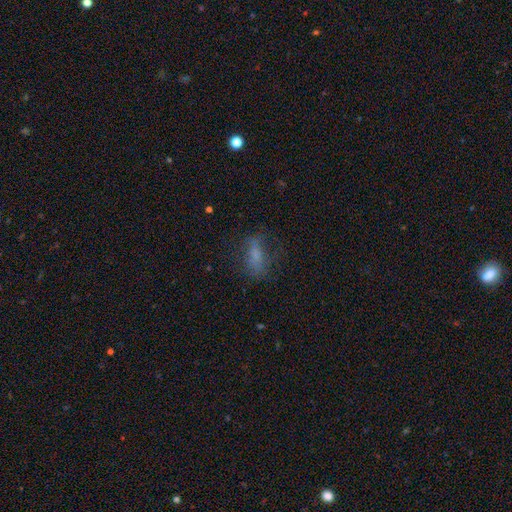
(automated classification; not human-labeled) Smooth or featured: smooth — 57% (featured or disk — 28%)
How rounded: in between — 63% (cigar-shaped — 30%)
Merging: none — 61% (minor disturbance — 20%)